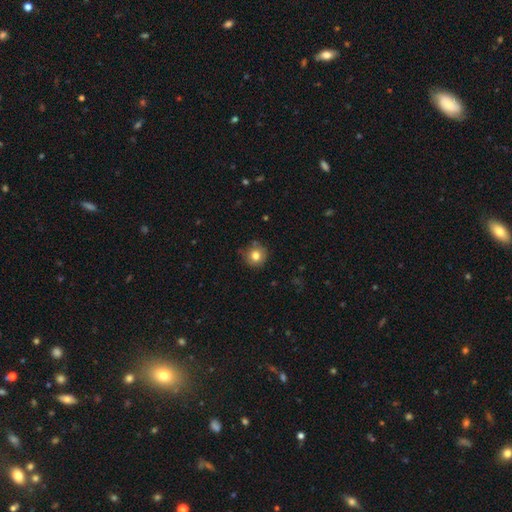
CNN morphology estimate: Smooth or featured? smooth (80%)
How rounded? round (92%)
Merging? none (81%)